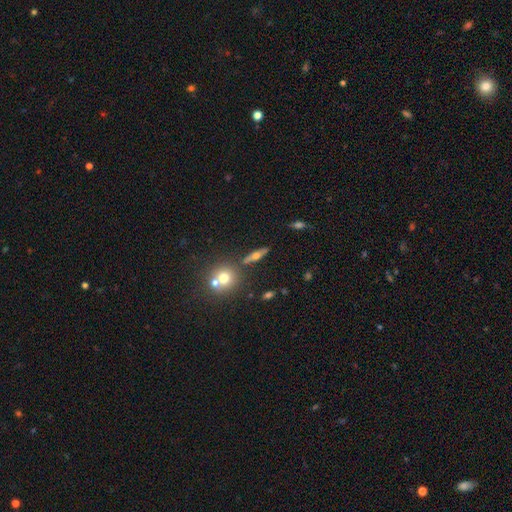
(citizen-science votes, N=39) Morphology: type=featured or disk (72%); edge-on=yes (96%); edge-on bulge=rounded (100%); merging=none (79%).